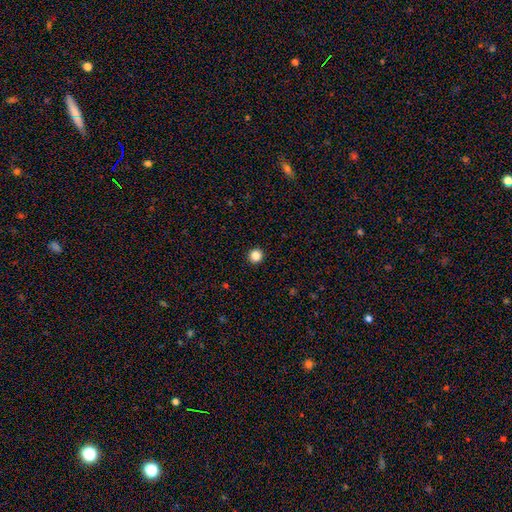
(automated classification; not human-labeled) Q: Smooth or featured?
A: smooth (85%); runner-up: star or artifact (11%)
Q: How rounded?
A: round (95%); runner-up: in between (4%)
Q: Merging?
A: none (94%); runner-up: minor disturbance (4%)